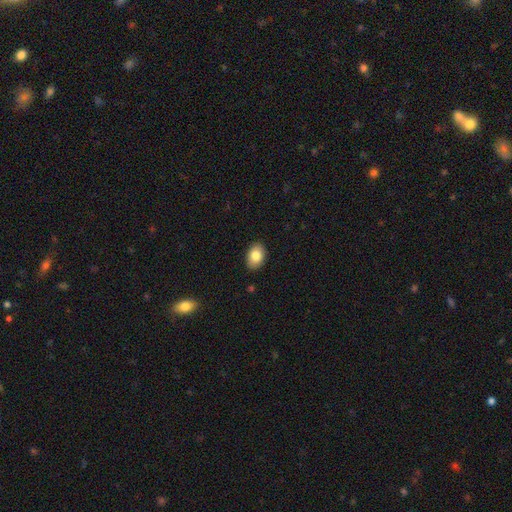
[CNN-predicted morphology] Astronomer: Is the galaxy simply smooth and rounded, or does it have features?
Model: smooth — 83%.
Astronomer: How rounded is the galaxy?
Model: in between — 85%.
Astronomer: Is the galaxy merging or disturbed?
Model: none — 88%.